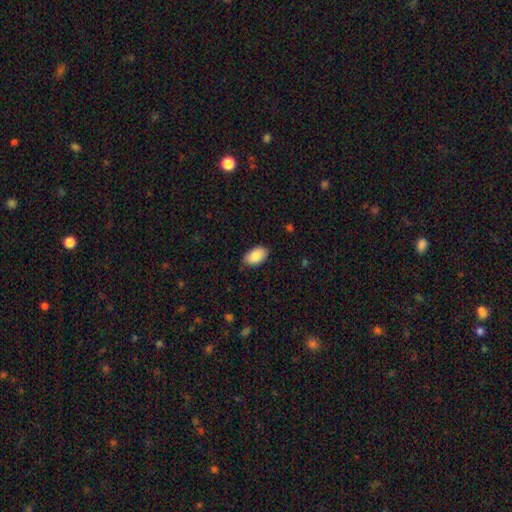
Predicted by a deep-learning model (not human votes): The model was most divided on "merging": none: 82%, minor disturbance: 14%, major disturbance: 2%, merger: 1%. More confident: how rounded — in between (93%); smooth or featured — smooth (87%).